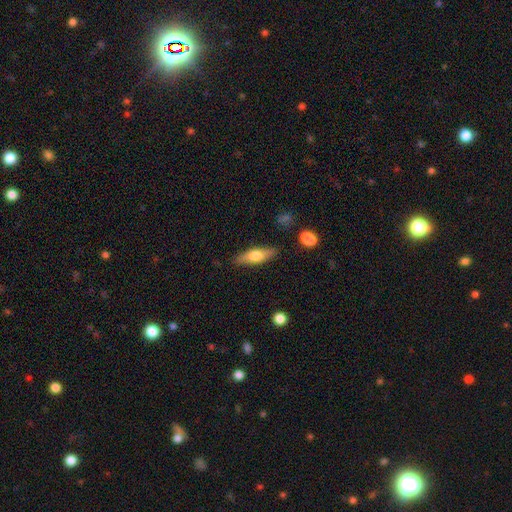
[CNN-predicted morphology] A smooth galaxy with no disk features (59%) that is cigar-shaped (50%).

Vote fractions:
- Smooth or featured? smooth: 59% / featured or disk: 35% / star or artifact: 6%
- How rounded? cigar-shaped: 50% / in between: 47% / round: 3%
- Merging? none: 84% / minor disturbance: 11% / major disturbance: 3% / merger: 2%